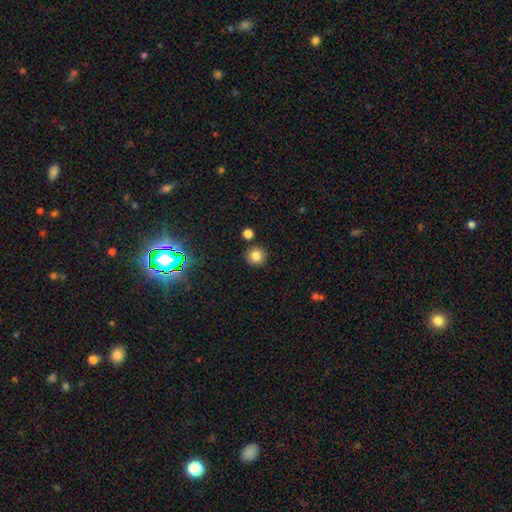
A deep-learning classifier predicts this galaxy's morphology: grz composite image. It shows a smooth galaxy with no disk features (82%) that is round (94%). Merging: none (87%).